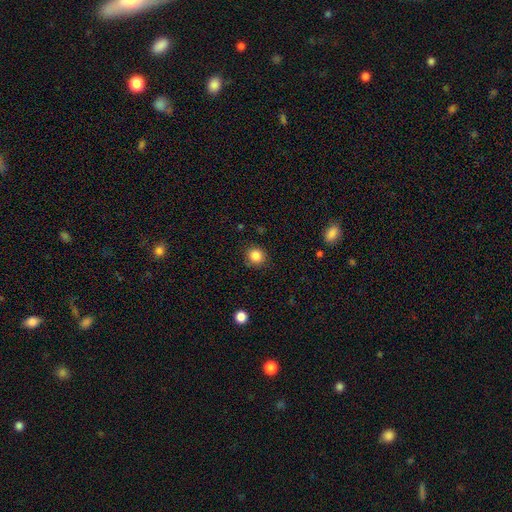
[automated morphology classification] type=smooth (85%); roundness=round (90%); merging=none (86%).